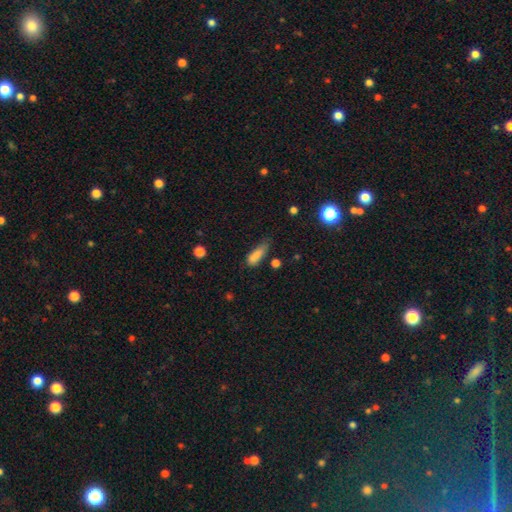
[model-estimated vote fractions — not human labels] This appears to be a smooth galaxy with no disk features (82%) that is in between round and cigar-shaped (60%). Merging: none (42%).